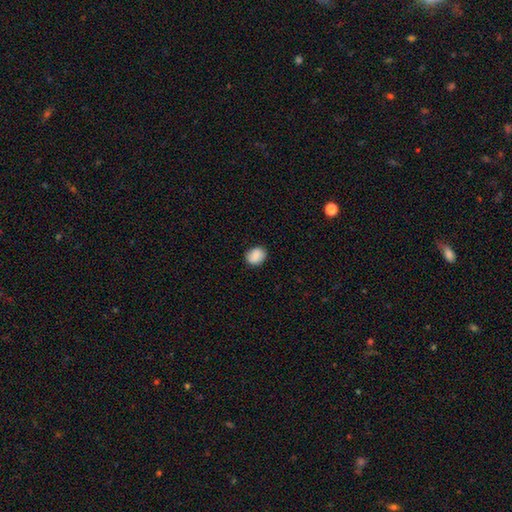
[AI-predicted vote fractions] smooth 87%, star or artifact 8%, featured or disk 6%. Down the decision tree: how rounded — in between (55%); merging — none (84%).